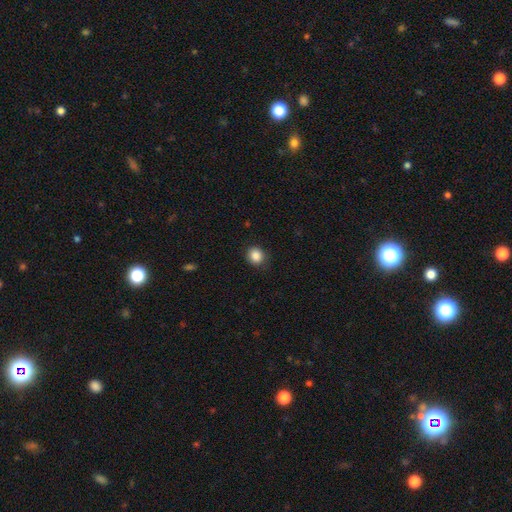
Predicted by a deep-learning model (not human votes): This appears to be a smooth galaxy with no disk features (87%) that is round (76%). Merging: none (85%).